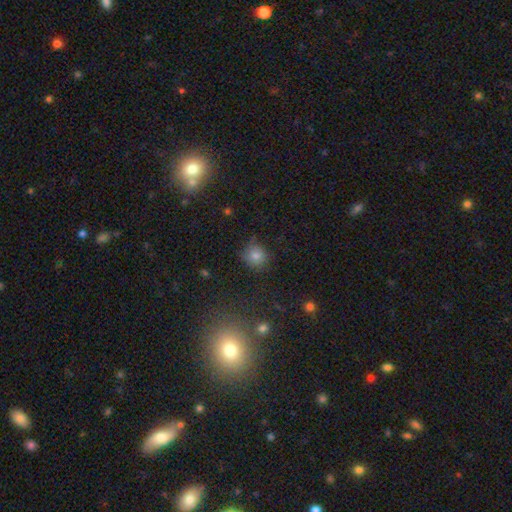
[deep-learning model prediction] Smooth or featured? Predicted: smooth (p=0.77). How rounded? Predicted: round (p=0.85). Merging? Predicted: none (p=0.77).